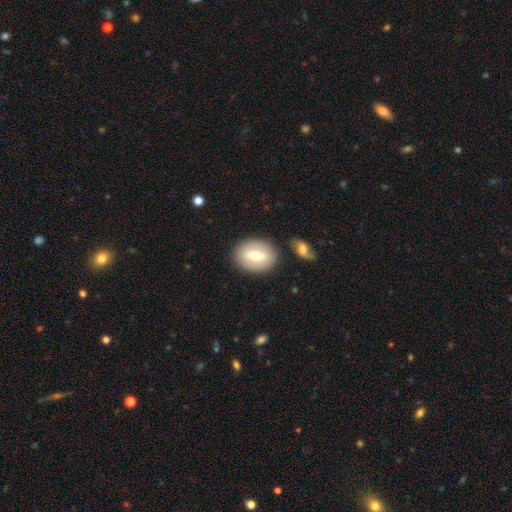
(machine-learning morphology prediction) Smooth or featured?
  - smooth: 60% *
  - featured or disk: 33%
  - star or artifact: 7%
How rounded?
  - in between: 60% *
  - round: 39%
  - cigar-shaped: 1%
Merging?
  - none: 81% *
  - minor disturbance: 10%
  - merger: 7%
  - major disturbance: 3%